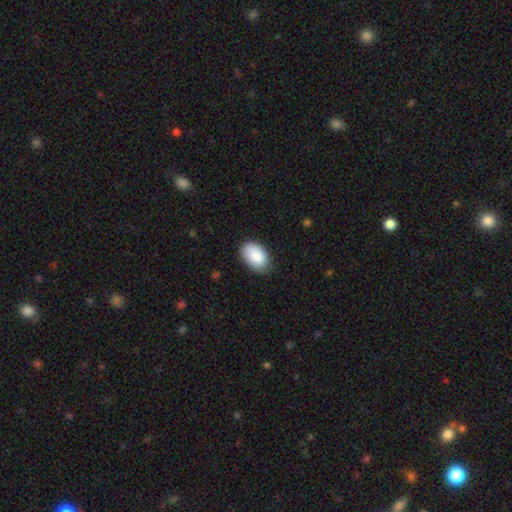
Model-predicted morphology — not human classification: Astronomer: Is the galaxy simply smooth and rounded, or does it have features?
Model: smooth — 89%.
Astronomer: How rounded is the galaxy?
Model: in between — 91%.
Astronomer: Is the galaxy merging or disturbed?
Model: none — 75%.